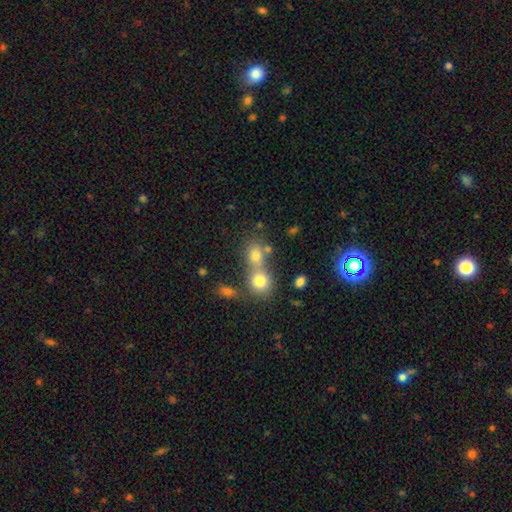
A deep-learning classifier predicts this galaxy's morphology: type=smooth (75%); roundness=round (64%); merging=merger (56%).